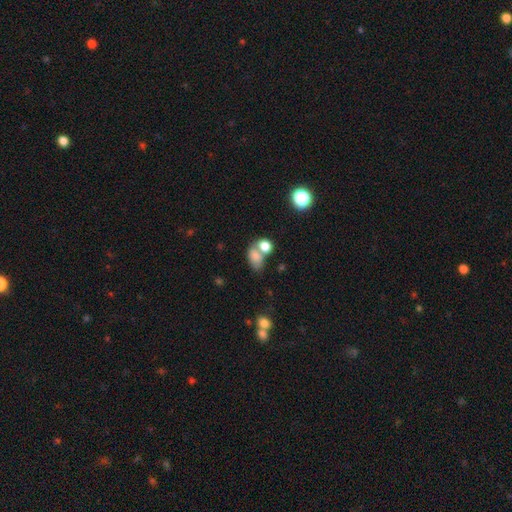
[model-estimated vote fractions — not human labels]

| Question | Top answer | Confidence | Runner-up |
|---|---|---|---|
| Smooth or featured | smooth | 75% | featured or disk (14%) |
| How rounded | in between | 76% | round (22%) |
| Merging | merger | 49% | none (30%) |